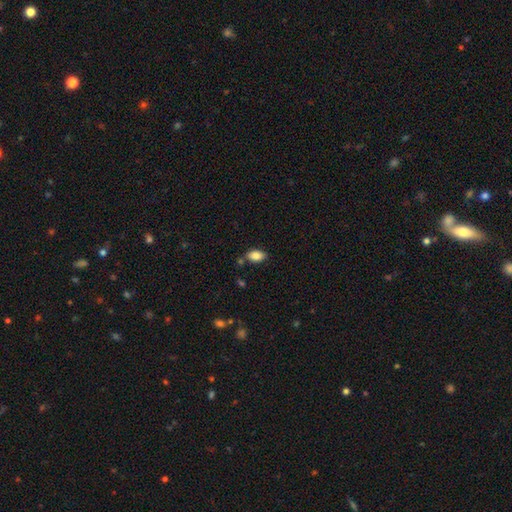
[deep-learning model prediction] smooth_or_featured: smooth (p=0.85) [alt: star or artifact p=0.08]
how_rounded: in between (p=0.91) [alt: round p=0.06]
merging: none (p=0.76) [alt: minor disturbance p=0.14]